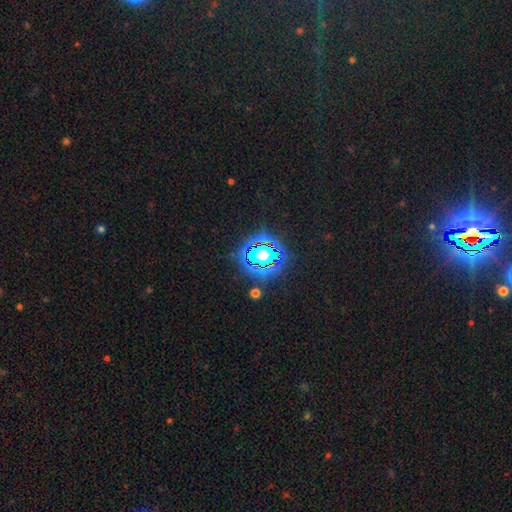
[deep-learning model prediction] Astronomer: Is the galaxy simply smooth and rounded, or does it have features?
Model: star or artifact — 81%.